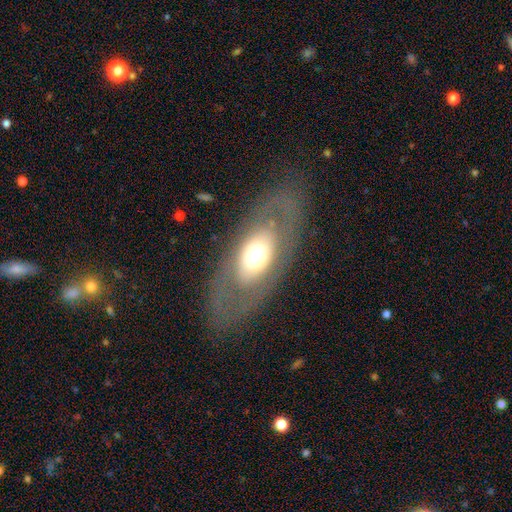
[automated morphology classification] Smooth or featured?
  - featured or disk: 51% *
  - smooth: 42%
  - star or artifact: 8%
Edge-on disk?
  - no: 83% *
  - yes: 17%
Merging?
  - none: 76% *
  - minor disturbance: 12%
  - major disturbance: 10%
  - merger: 1%